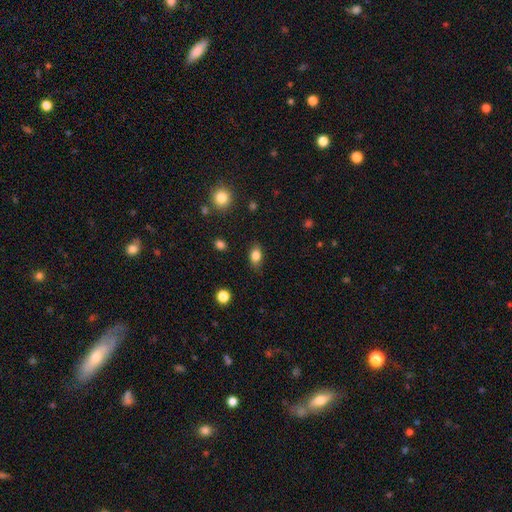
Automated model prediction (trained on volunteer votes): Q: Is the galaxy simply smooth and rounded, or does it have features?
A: smooth — 83%.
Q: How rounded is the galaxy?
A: in between — 82%.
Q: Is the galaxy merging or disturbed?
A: none — 82%.